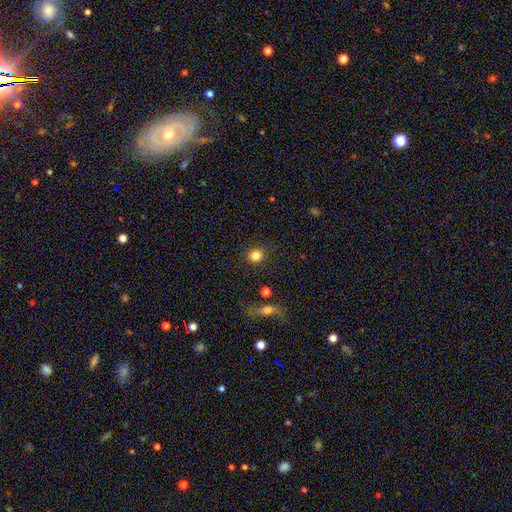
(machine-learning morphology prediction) Overall: smooth (83%). How rounded: round (89%). Merging: none (87%).